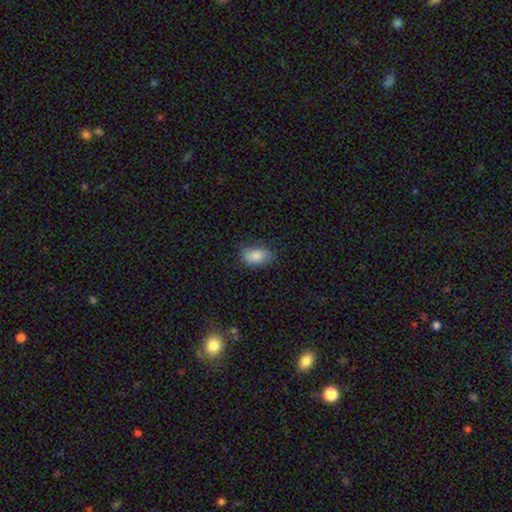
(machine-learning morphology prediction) Q: Smooth or featured?
A: smooth (86%); runner-up: star or artifact (7%)
Q: How rounded?
A: in between (91%); runner-up: round (8%)
Q: Merging?
A: none (81%); runner-up: minor disturbance (15%)